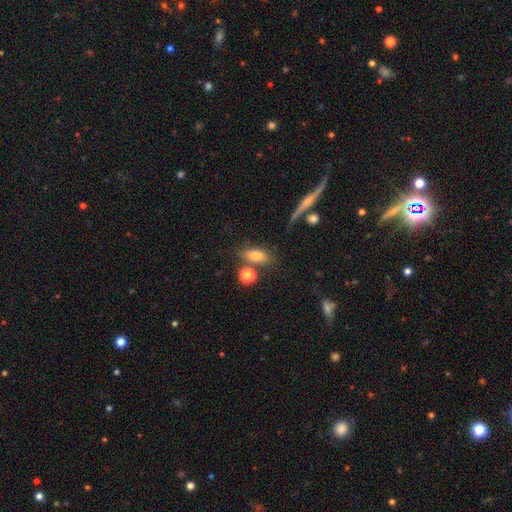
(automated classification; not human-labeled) smooth_or_featured: smooth (p=0.80) [alt: star or artifact p=0.10]
how_rounded: in between (p=0.78) [alt: round p=0.11]
merging: none (p=0.64) [alt: merger p=0.15]